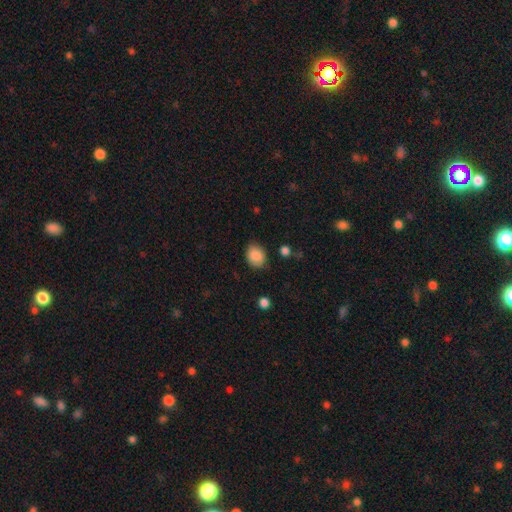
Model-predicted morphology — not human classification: A smooth galaxy with no disk features (87%) that is in between round and cigar-shaped (55%).

Vote fractions:
- Smooth or featured? smooth: 87% / star or artifact: 8% / featured or disk: 5%
- How rounded? in between: 55% / round: 44% / cigar-shaped: 1%
- Merging? none: 78% / minor disturbance: 16% / major disturbance: 4% / merger: 2%